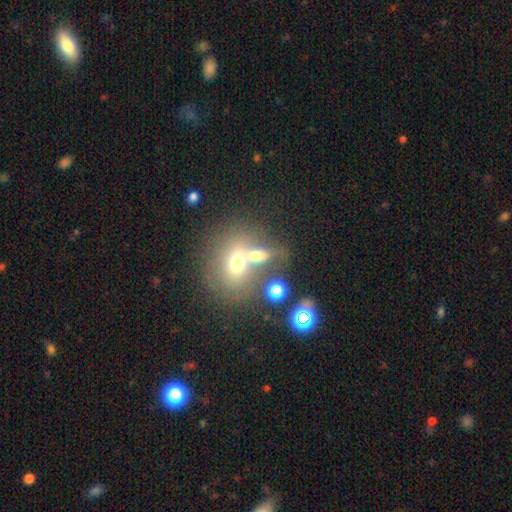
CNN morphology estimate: smooth_or_featured: smooth (p=0.63) [alt: featured or disk p=0.22]
how_rounded: in between (p=0.53) [alt: round p=0.42]
merging: merger (p=0.55) [alt: none p=0.29]